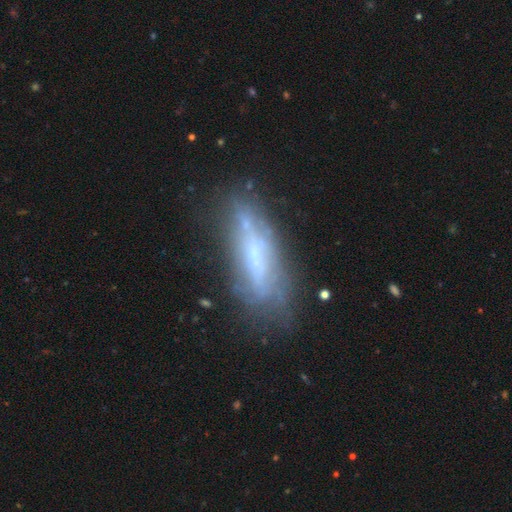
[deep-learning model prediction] smooth_or_featured: featured or disk (p=0.55) [alt: smooth p=0.36]
disk_edge_on: no (p=0.55) [alt: yes p=0.45]
merging: none (p=0.58) [alt: minor disturbance p=0.25]